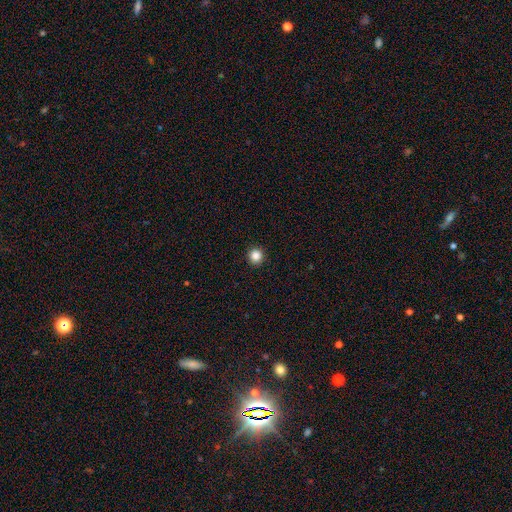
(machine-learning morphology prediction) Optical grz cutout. It shows a smooth galaxy with no disk features (86%) that is round (95%). Merging: none (93%).